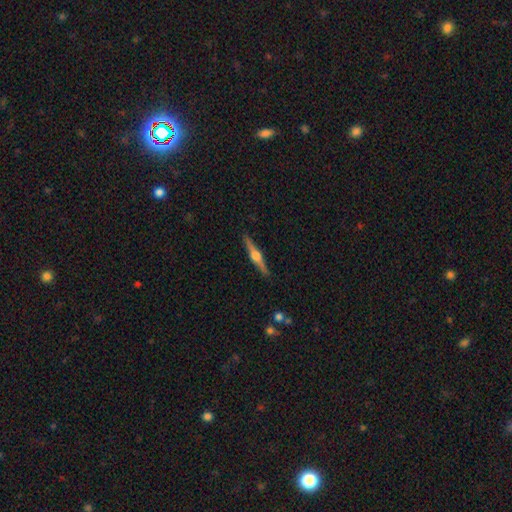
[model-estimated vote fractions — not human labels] Morphology: type=featured or disk (77%); edge-on=yes (98%); edge-on bulge=rounded (93%); merging=none (91%).